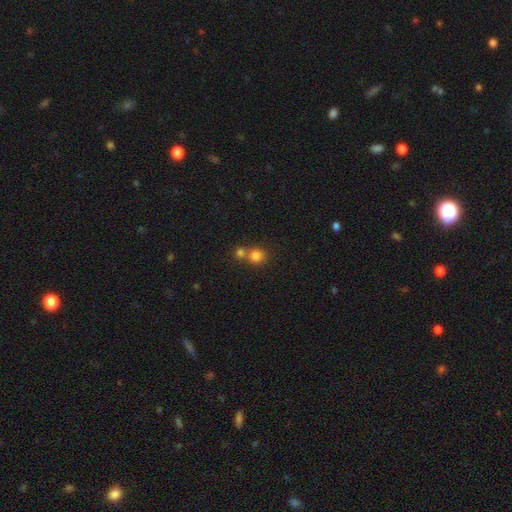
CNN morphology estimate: This is likely a smooth galaxy (80%). How rounded: clearly round (88%). Merging: possibly none (51%).